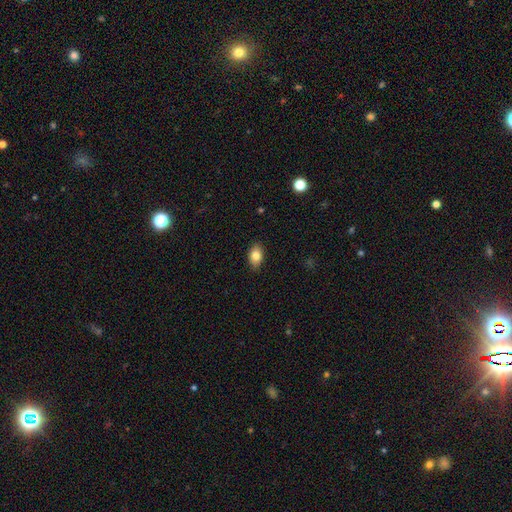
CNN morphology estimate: A smooth galaxy with no disk features (82%) that is in between round and cigar-shaped (88%).

Vote fractions:
- Smooth or featured? smooth: 82% / featured or disk: 10% / star or artifact: 8%
- How rounded? in between: 88% / round: 10% / cigar-shaped: 2%
- Merging? none: 87% / minor disturbance: 10% / major disturbance: 2% / merger: 1%